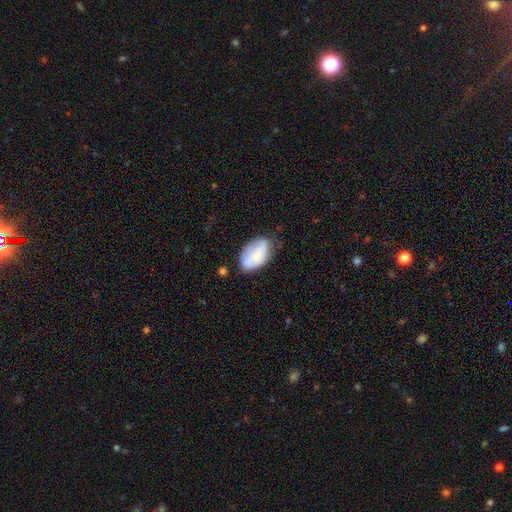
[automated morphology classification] Smooth or featured? Predicted: smooth (p=0.64). How rounded? Predicted: in between (p=0.91). Merging? Predicted: none (p=0.55).